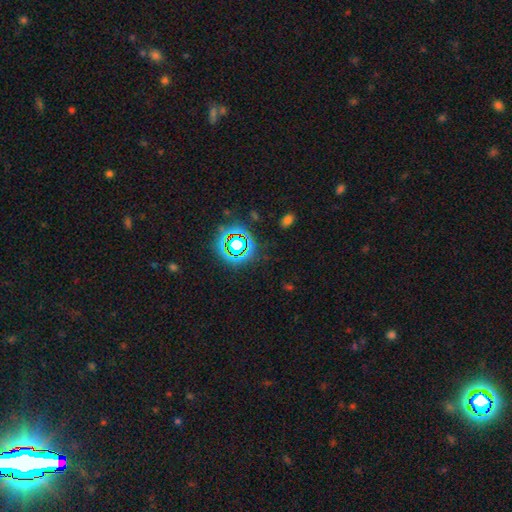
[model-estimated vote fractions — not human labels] The model was most divided on "smooth or featured": star or artifact: 73%, smooth: 18%, featured or disk: 9%.